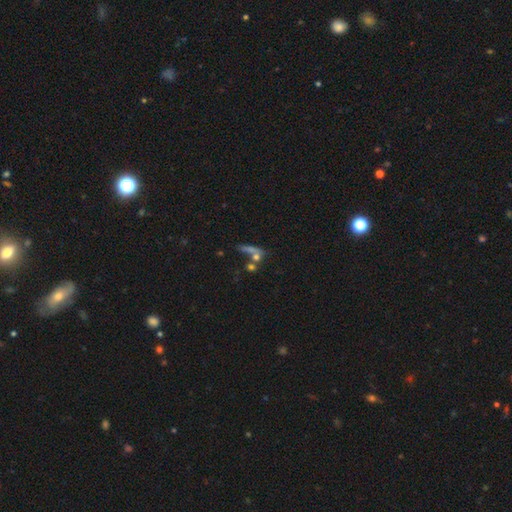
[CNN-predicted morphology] This is possibly a smooth galaxy (51%). How rounded: marginally round (38%). Merging: marginally none (41%).